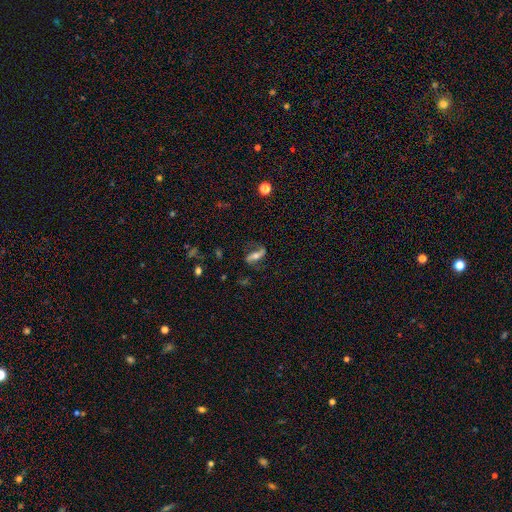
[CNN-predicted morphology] smooth-or-featured: featured or disk: 67% | smooth: 24% | star or artifact: 9%
  disk-edge-on: no: 80% | yes: 20%
    bar: strong: 47% | no: 29% | weak: 24%
    has-spiral-arms: yes: 86% | no: 14%
    bulge-size: moderate: 56% | small: 30% | large: 8% | none: 4% | dominant: 2%
  merging: none: 70% | minor disturbance: 16% | major disturbance: 12% | merger: 2%